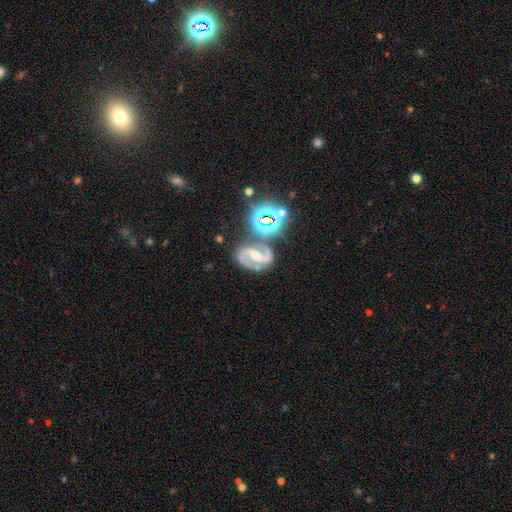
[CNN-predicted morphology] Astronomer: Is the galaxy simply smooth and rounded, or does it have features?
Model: featured or disk — 77%.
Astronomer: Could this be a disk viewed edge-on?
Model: no — 97%.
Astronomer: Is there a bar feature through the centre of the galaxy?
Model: strong — 42% (runner-up: weak, 37%).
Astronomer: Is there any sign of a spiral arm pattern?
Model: yes — 94%.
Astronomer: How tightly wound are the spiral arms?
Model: medium — 59%.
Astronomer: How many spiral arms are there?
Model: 2 — 92%.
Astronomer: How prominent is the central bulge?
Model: moderate — 50% (runner-up: small, 40%).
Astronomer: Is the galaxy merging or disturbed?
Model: none — 68%.